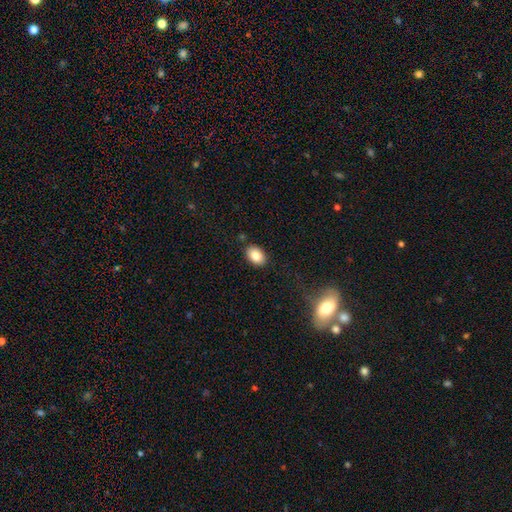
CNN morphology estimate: smooth_or_featured: smooth (p=0.84) [alt: star or artifact p=0.08]
how_rounded: in between (p=0.84) [alt: round p=0.15]
merging: none (p=0.86) [alt: minor disturbance p=0.09]